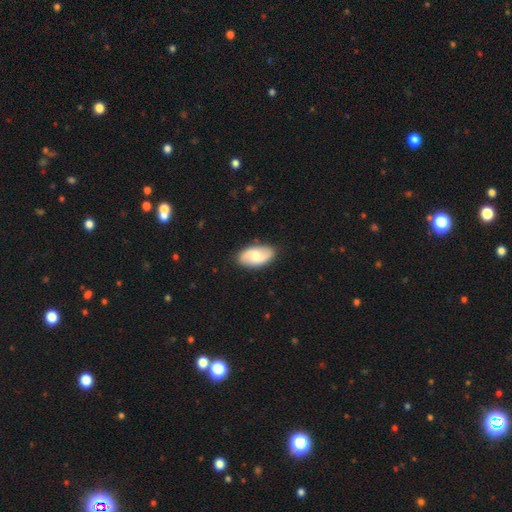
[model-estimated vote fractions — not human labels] Smooth or featured? featured or disk (54%)
Edge-on disk? no (94%)
Bar? no (58%)
Spiral arms? yes (83%)
Bulge size? moderate (59%)
Merging? none (86%)